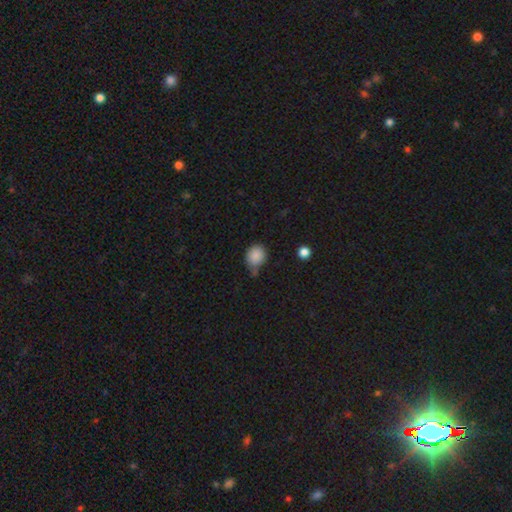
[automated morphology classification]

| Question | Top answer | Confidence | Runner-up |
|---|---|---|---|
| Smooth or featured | smooth | 87% | star or artifact (9%) |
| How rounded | round | 73% | in between (26%) |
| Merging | none | 49% | minor disturbance (32%) |